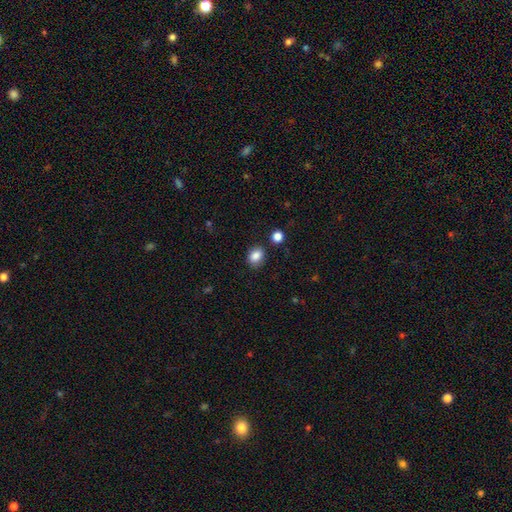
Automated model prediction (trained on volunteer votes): This appears to be a smooth galaxy with no disk features (86%) that is in between round and cigar-shaped (60%). Merging: none (82%).